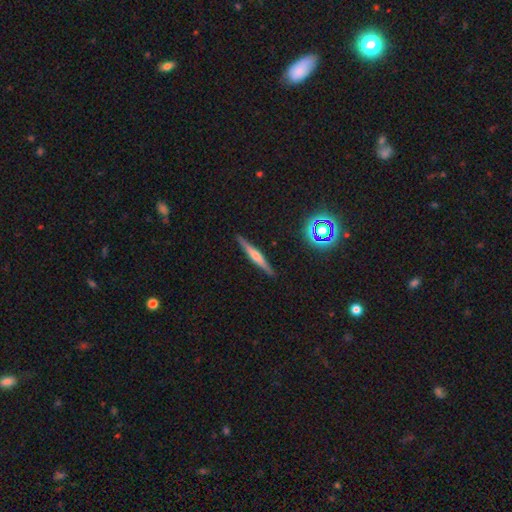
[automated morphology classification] smooth_or_featured: featured or disk (p=0.61) [alt: smooth p=0.29]
disk_edge_on: yes (p=0.97) [alt: no p=0.03]
edge_on_bulge: rounded (p=0.69) [alt: none p=0.17]
merging: none (p=0.90) [alt: minor disturbance p=0.07]